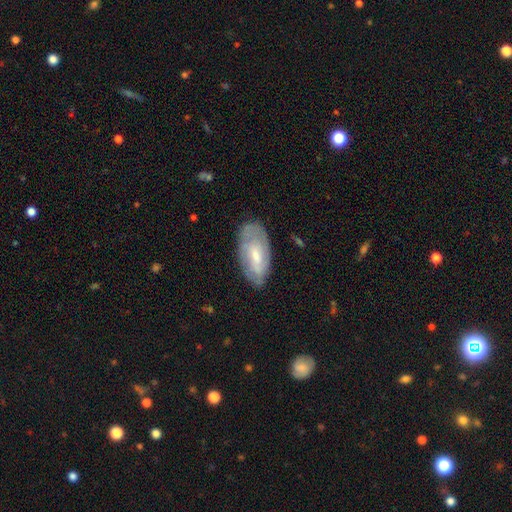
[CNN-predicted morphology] type=featured or disk (54%); edge-on=no (92%); merging=none (71%).